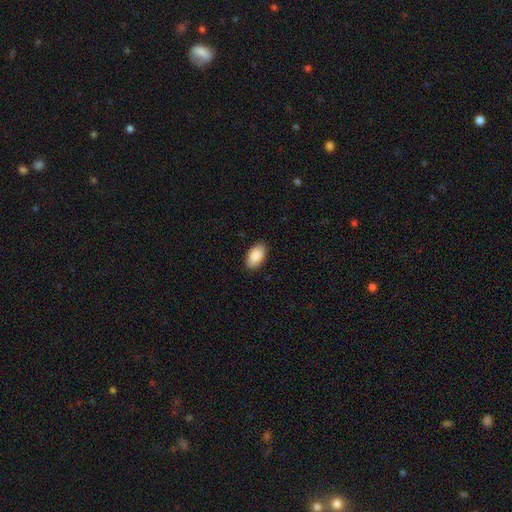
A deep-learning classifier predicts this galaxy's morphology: smooth-or-featured: smooth: 89% | star or artifact: 6% | featured or disk: 5%
  how-rounded: in between: 95% | round: 4% | cigar-shaped: 1%
  merging: none: 89% | minor disturbance: 8% | major disturbance: 2% | merger: 1%